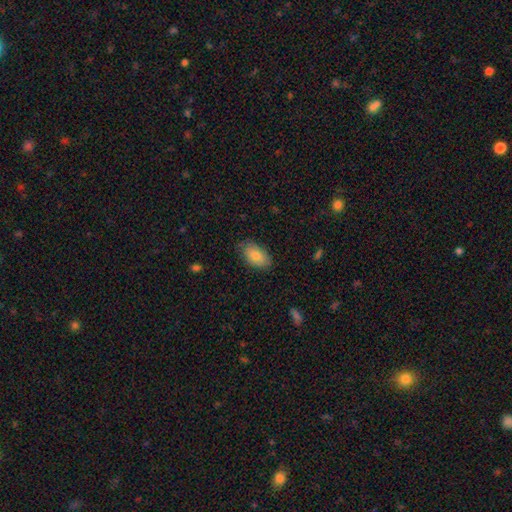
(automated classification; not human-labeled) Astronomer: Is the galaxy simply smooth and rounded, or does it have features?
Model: smooth — 80%.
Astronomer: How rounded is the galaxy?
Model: in between — 93%.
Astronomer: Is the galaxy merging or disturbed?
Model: none — 79%.